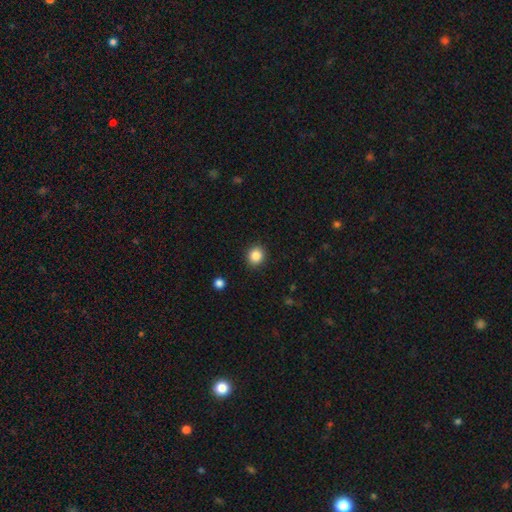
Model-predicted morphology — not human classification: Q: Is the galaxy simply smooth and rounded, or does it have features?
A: smooth — 86%.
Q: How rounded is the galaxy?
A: round — 83%.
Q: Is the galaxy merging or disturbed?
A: none — 91%.